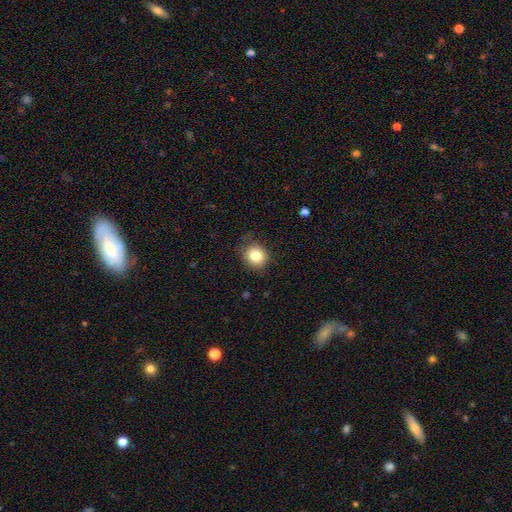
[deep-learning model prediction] This appears to be a smooth galaxy with no disk features (83%) that is round (83%). Merging: none (83%).